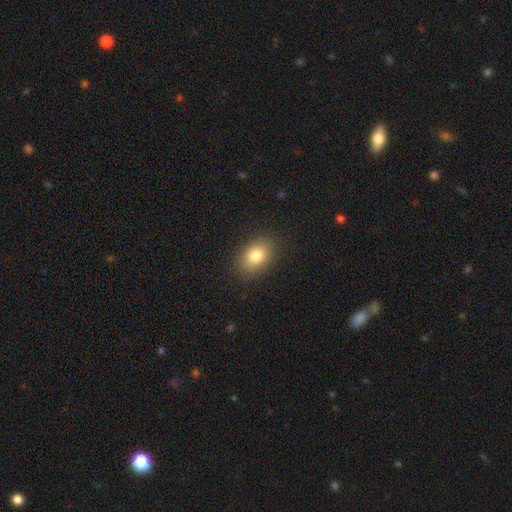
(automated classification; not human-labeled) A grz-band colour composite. It shows a smooth galaxy with no disk features (82%) that is in between round and cigar-shaped (78%). Merging: none (87%).